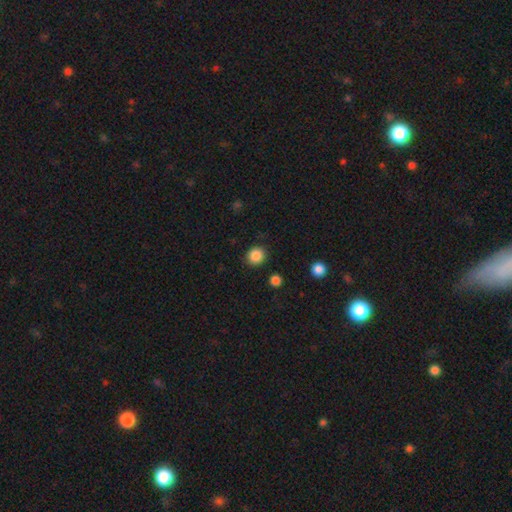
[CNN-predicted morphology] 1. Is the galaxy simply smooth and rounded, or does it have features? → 86% smooth, 10% star or artifact, 3% featured or disk.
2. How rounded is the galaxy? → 87% round, 12% in between, 1% cigar-shaped.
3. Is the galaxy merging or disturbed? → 88% none, 7% minor disturbance, 2% major disturbance, 2% merger.